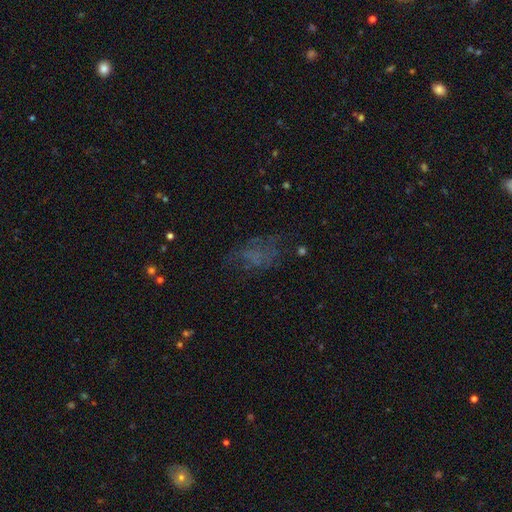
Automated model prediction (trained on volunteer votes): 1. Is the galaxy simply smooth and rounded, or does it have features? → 39% smooth, 35% featured or disk, 26% star or artifact.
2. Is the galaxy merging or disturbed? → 48% none, 29% major disturbance, 21% minor disturbance, 3% merger.